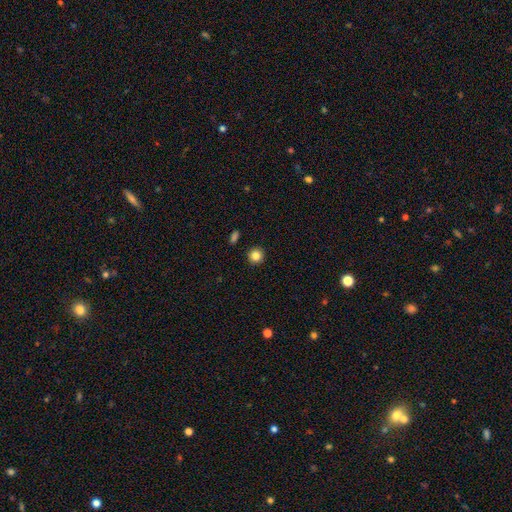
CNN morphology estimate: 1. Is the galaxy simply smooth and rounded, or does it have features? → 84% smooth, 11% star or artifact, 5% featured or disk.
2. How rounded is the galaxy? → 94% round, 5% in between, 1% cigar-shaped.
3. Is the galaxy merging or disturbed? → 92% none, 5% minor disturbance, 2% major disturbance, 2% merger.